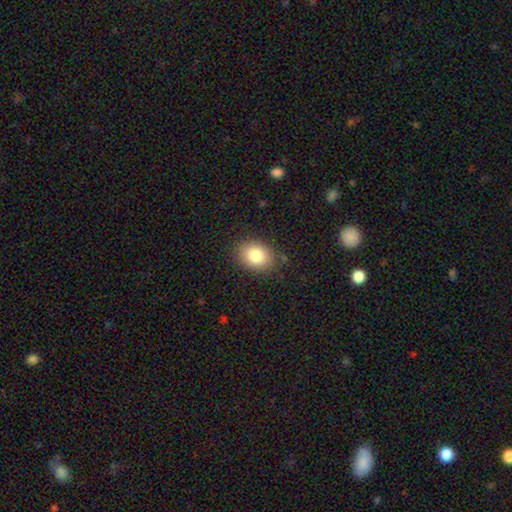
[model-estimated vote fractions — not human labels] Smooth or featured? smooth (83%)
How rounded? in between (60%)
Merging? none (85%)